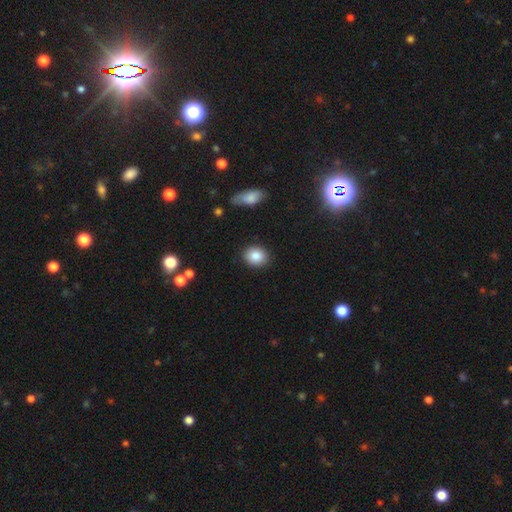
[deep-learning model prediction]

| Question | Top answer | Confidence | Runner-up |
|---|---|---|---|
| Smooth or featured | smooth | 86% | star or artifact (8%) |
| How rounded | round | 66% | in between (32%) |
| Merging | none | 89% | minor disturbance (7%) |